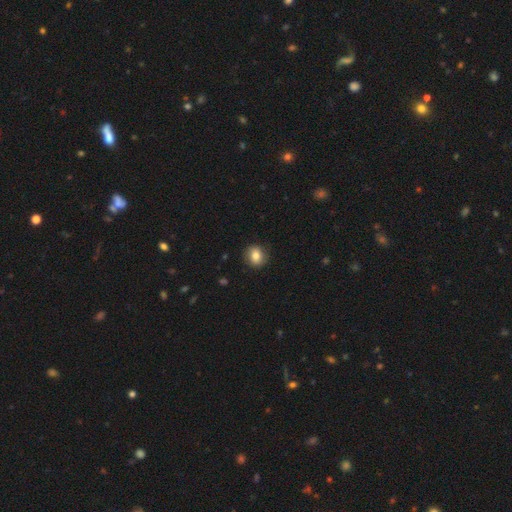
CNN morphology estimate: smooth 79%, featured or disk 12%, star or artifact 9%. Down the decision tree: how rounded — round (76%); merging — none (87%).